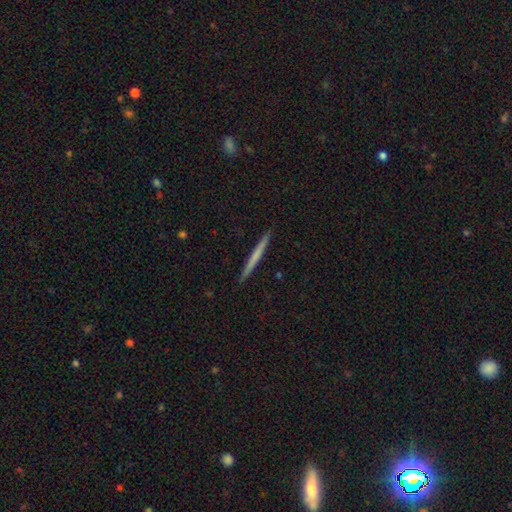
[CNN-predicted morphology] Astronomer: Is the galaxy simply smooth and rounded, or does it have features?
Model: smooth — 53% (runner-up: featured or disk, 42%).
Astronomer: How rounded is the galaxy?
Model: cigar-shaped — 97%.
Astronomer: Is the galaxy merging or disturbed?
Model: none — 92%.